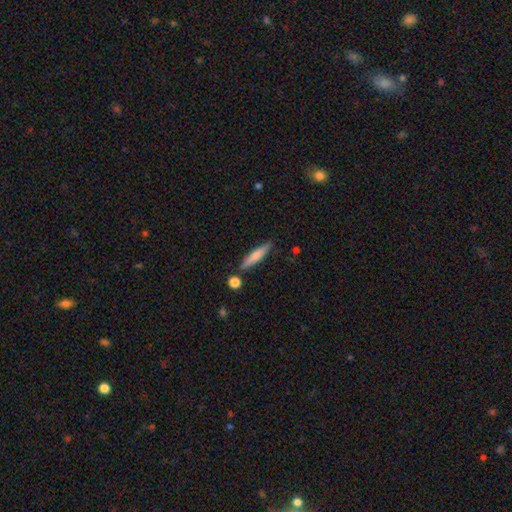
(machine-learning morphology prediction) Overall: smooth (65%; featured or disk 29%). How rounded: cigar-shaped (87%). Merging: none (83%).